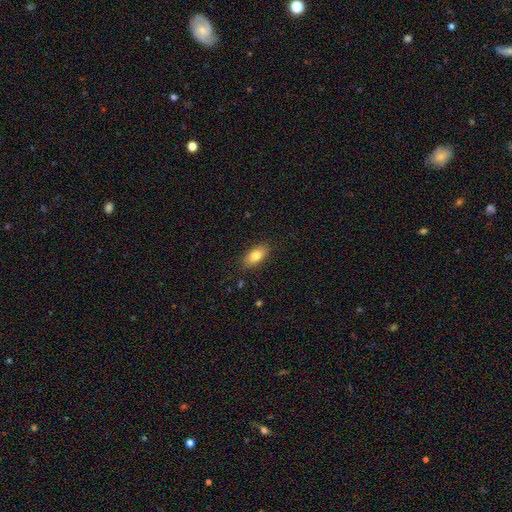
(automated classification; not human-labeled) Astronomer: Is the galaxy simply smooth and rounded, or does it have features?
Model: smooth — 79%.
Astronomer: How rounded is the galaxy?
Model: in between — 86%.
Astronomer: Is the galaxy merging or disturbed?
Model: none — 85%.